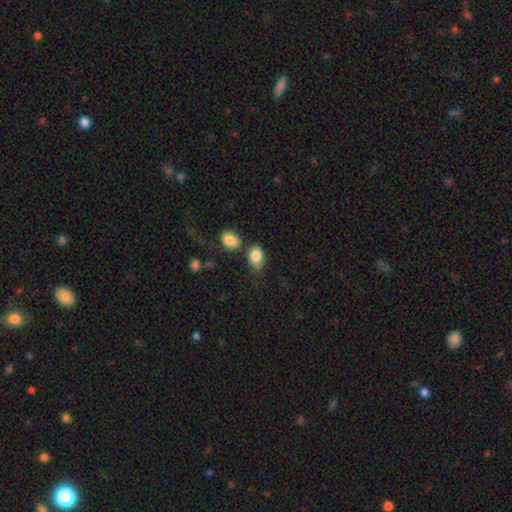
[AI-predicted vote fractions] Morphology: type=smooth (84%); roundness=in between (79%); merging=none (51%).